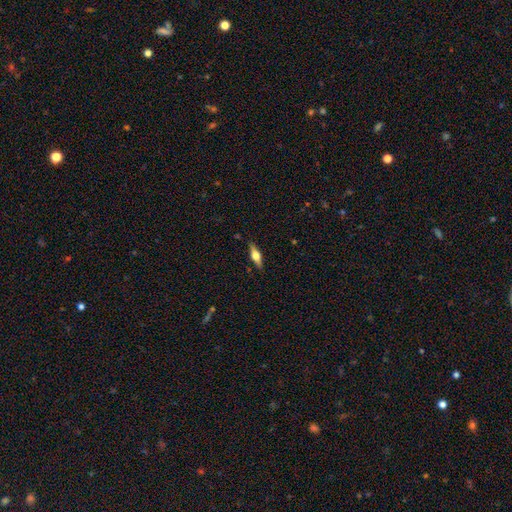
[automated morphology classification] This appears to be a featured or disk galaxy (60%) viewed edge-on (95%) with a rounded central bulge (93%). Merging: none (87%).